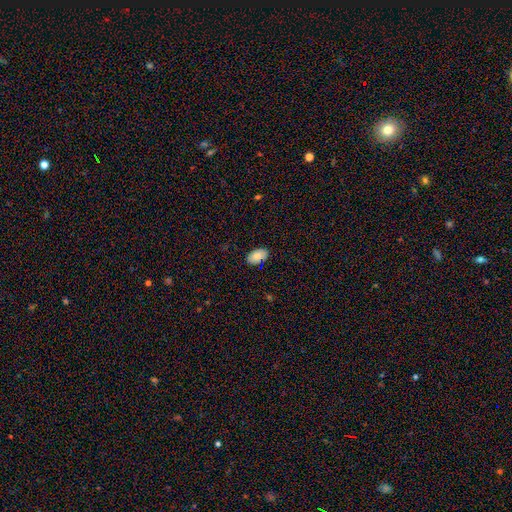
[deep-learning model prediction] Smooth or featured? smooth (83%)
How rounded? in between (94%)
Merging? none (82%)